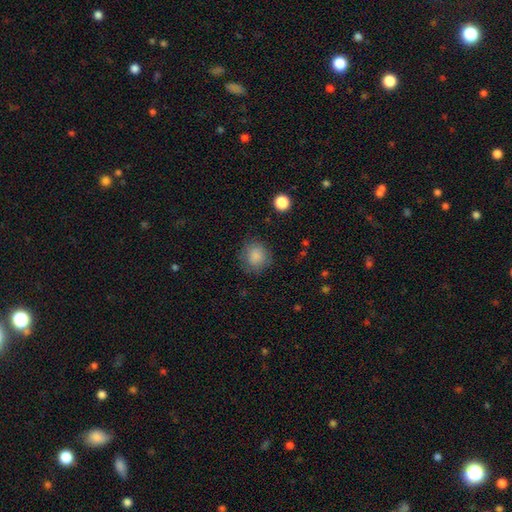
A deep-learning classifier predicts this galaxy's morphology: Smooth or featured? Predicted: smooth (p=0.86). How rounded? Predicted: round (p=0.85). Merging? Predicted: none (p=0.80).